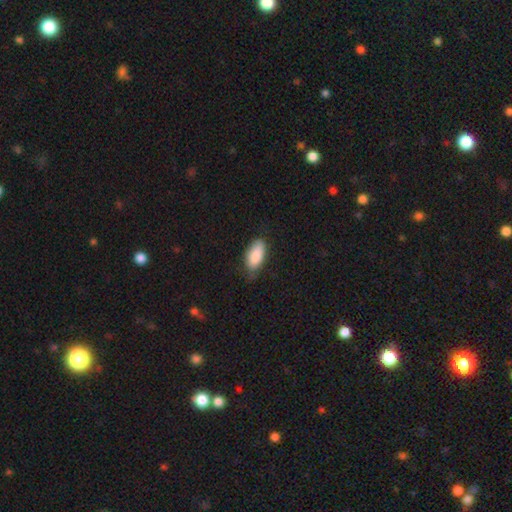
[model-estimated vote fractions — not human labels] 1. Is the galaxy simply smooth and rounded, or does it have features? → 87% smooth, 7% featured or disk, 6% star or artifact.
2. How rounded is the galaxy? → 91% in between, 7% cigar-shaped, 2% round.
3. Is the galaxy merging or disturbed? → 62% none, 31% minor disturbance, 6% major disturbance, 1% merger.